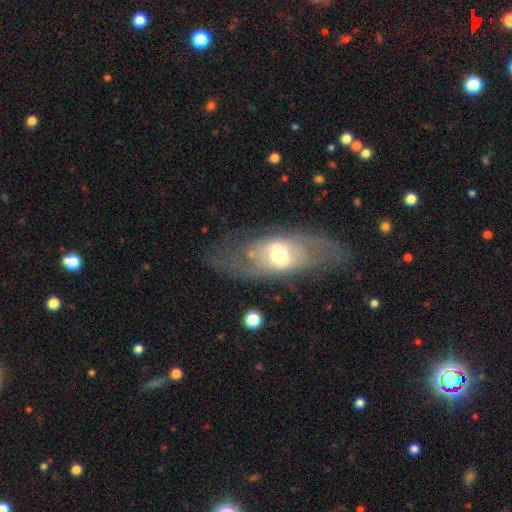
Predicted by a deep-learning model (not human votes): A featured or disk galaxy (69%) with no bar (59%), spiral arms (75%) and a moderate central bulge (67%).

Vote fractions:
- Smooth or featured? featured or disk: 69% / smooth: 21% / star or artifact: 10%
- Edge-on disk? no: 82% / yes: 18%
- Bar? no: 59% / weak: 32% / strong: 10%
- Spiral arms? yes: 75% / no: 25%
- Bulge size? moderate: 67% / small: 19% / large: 11% / dominant: 2% / none: 1%
- Merging? none: 77% / minor disturbance: 15% / major disturbance: 6% / merger: 2%